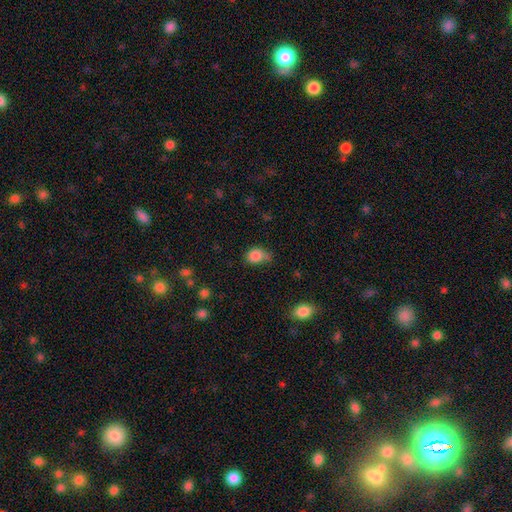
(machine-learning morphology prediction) smooth 85%, star or artifact 10%, featured or disk 5%. Down the decision tree: how rounded — in between (52%); merging — none (46%).